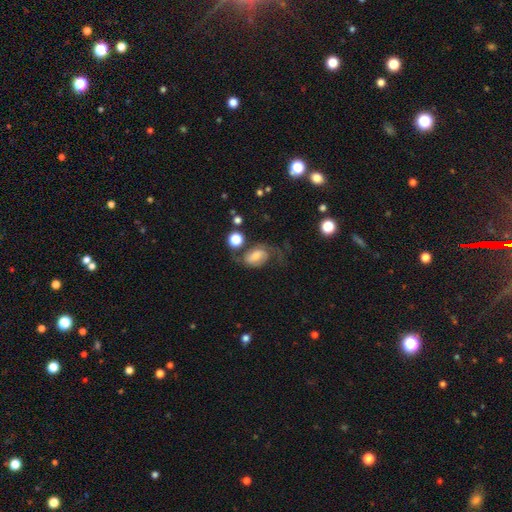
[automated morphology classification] Q: Smooth or featured?
A: featured or disk (59%); runner-up: smooth (31%)
Q: Edge-on disk?
A: no (97%); runner-up: yes (3%)
Q: Bar?
A: weak (45%); runner-up: no (41%)
Q: Spiral arms?
A: yes (88%); runner-up: no (12%)
Q: Bulge size?
A: moderate (39%); runner-up: small (34%)
Q: Merging?
A: none (46%); runner-up: major disturbance (25%)